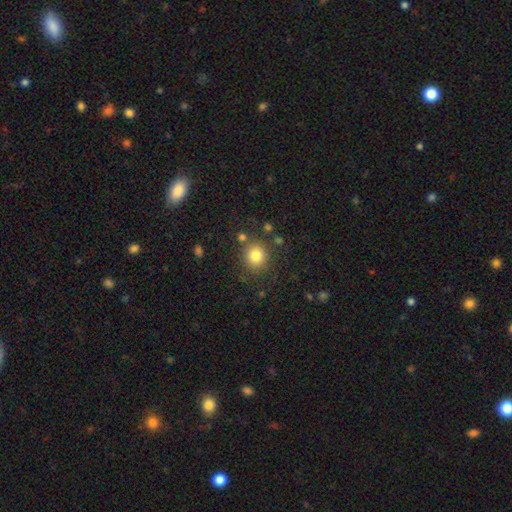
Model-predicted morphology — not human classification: This is clearly a smooth galaxy (81%). How rounded: clearly round (85%). Merging: clearly none (82%).